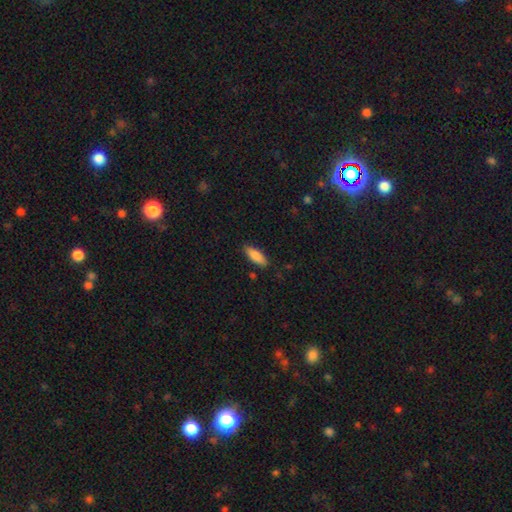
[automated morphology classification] Q: Smooth or featured?
A: smooth (86%); runner-up: featured or disk (8%)
Q: How rounded?
A: in between (67%); runner-up: cigar-shaped (31%)
Q: Merging?
A: none (85%); runner-up: minor disturbance (11%)